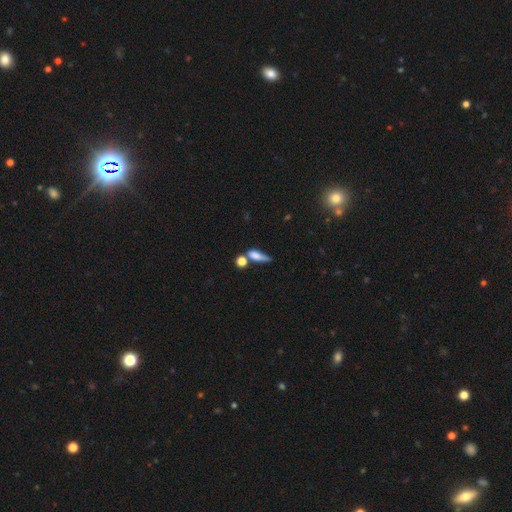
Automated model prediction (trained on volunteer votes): Morphology: type=smooth (69%); roundness=in between (53%); merging=none (36%).